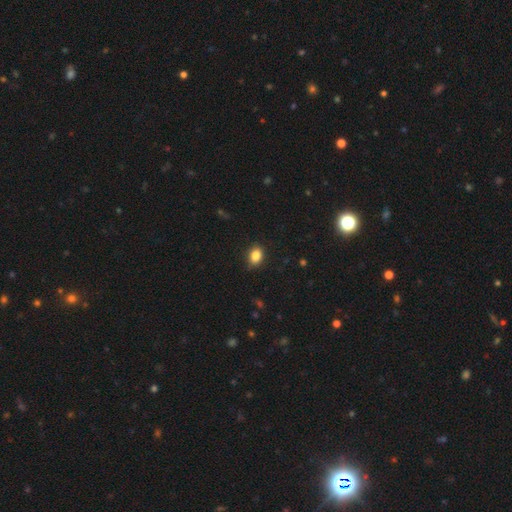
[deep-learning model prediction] smooth_or_featured: smooth (p=0.85) [alt: star or artifact p=0.10]
how_rounded: in between (p=0.69) [alt: round p=0.30]
merging: none (p=0.81) [alt: minor disturbance p=0.15]